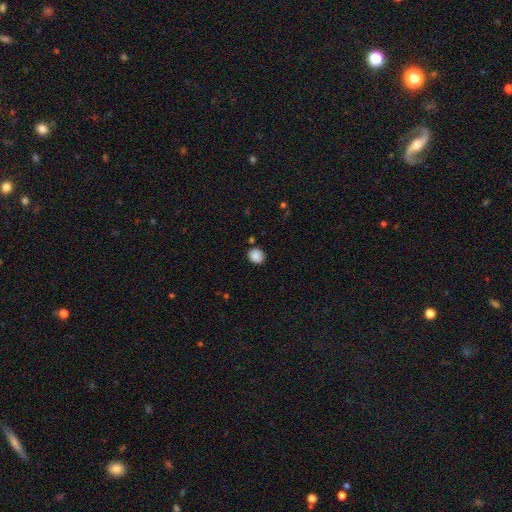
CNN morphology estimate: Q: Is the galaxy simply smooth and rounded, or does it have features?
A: smooth — 87%.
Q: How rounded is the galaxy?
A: round — 73%.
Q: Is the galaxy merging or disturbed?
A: none — 82%.